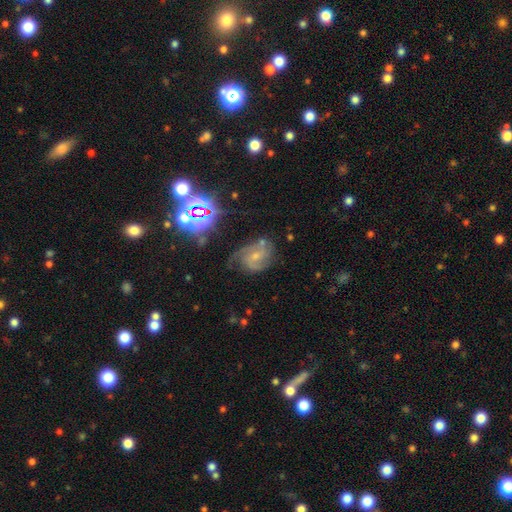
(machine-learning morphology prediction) This is likely a featured or disk galaxy (72%). It is clearly not viewed edge-on (97%). Bar: possibly no (55%). Spiral arm pattern: clearly yes (94%). Spiral arm count: marginally 2 (38%). Spiral winding: possibly medium (47%). Central bulge: possibly small (57%). Merging: possibly none (59%).